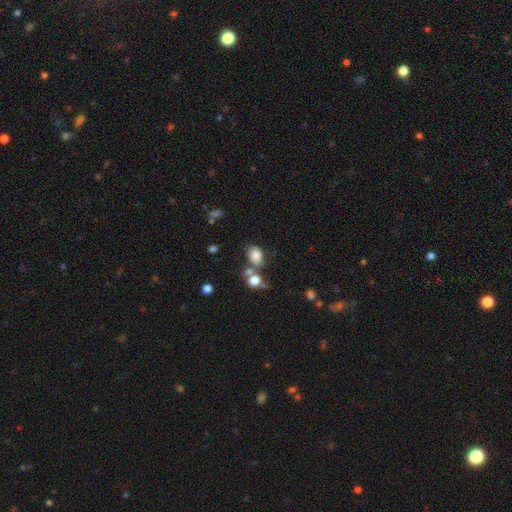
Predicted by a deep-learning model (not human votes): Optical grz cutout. It shows a smooth galaxy with no disk features (81%) that is in between round and cigar-shaped (68%). Merging: none (52%).